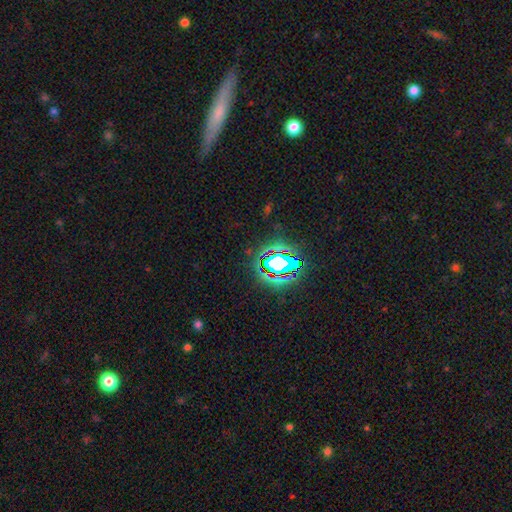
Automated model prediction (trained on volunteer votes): smooth-or-featured: star or artifact: 66% | smooth: 19% | featured or disk: 14%